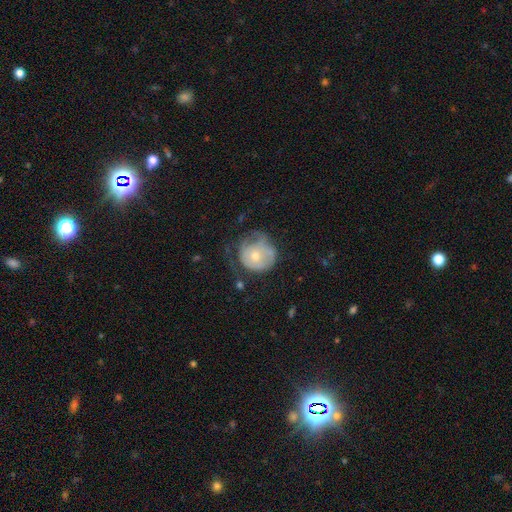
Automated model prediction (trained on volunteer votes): This is possibly a smooth galaxy (50%). How rounded: clearly round (82%). Merging: marginally none (35%).